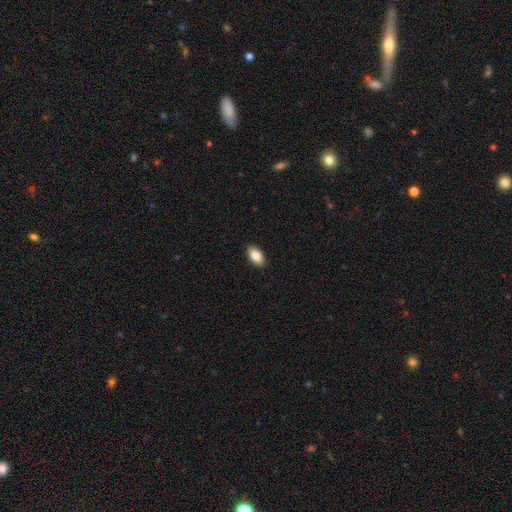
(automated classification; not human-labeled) Smooth or featured? Predicted: smooth (p=0.86). How rounded? Predicted: in between (p=0.93). Merging? Predicted: none (p=0.89).